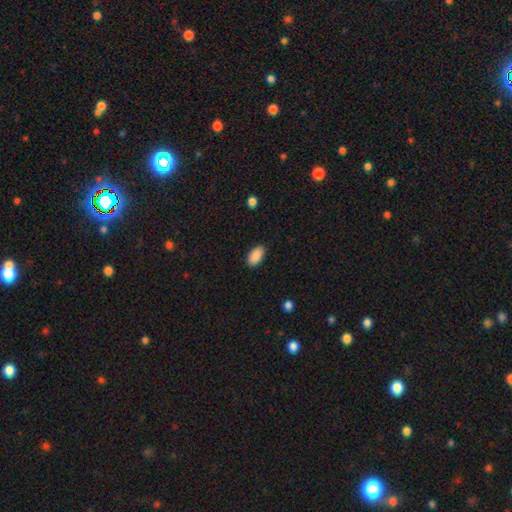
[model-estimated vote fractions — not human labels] Morphology: type=smooth (90%); roundness=in between (95%); merging=none (89%).